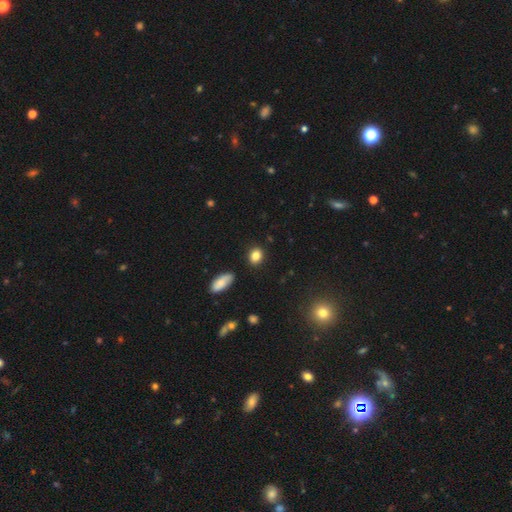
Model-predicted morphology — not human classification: smooth_or_featured: smooth (p=0.85) [alt: star or artifact p=0.10]
how_rounded: in between (p=0.49) [tied with: round p=0.49]
merging: none (p=0.86) [alt: minor disturbance p=0.09]